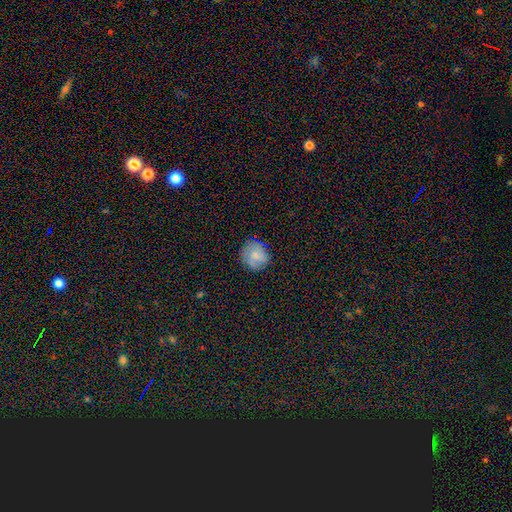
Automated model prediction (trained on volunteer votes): Q: Smooth or featured?
A: smooth (73%); runner-up: featured or disk (16%)
Q: How rounded?
A: round (89%); runner-up: in between (10%)
Q: Merging?
A: none (83%); runner-up: minor disturbance (13%)